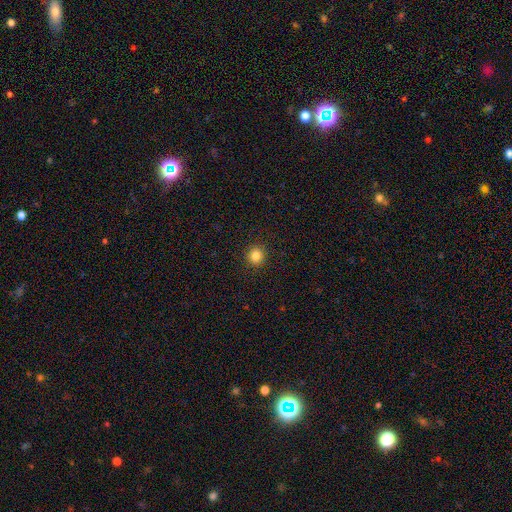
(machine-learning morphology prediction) Q: Smooth or featured?
A: smooth (84%); runner-up: star or artifact (12%)
Q: How rounded?
A: round (92%); runner-up: in between (7%)
Q: Merging?
A: none (92%); runner-up: minor disturbance (5%)